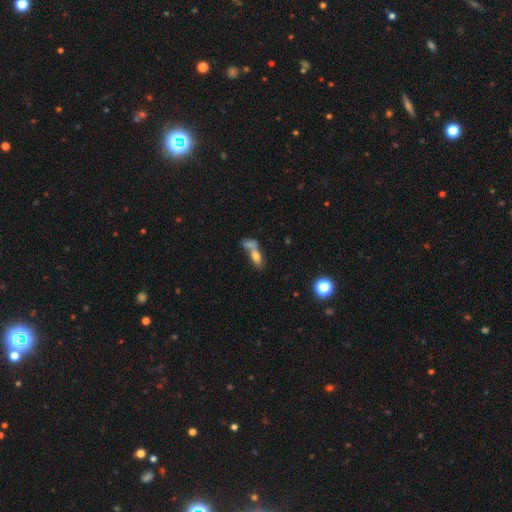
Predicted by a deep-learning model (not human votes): A smooth galaxy with no disk features (62%) that is in between round and cigar-shaped (63%). Merging: merger (53%).